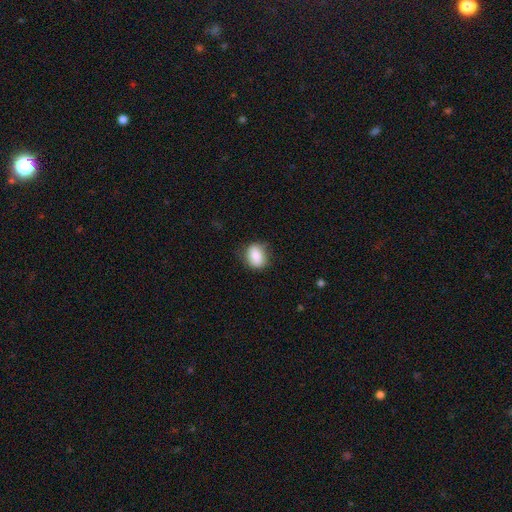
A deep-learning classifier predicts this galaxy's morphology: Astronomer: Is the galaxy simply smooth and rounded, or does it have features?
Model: smooth — 82%.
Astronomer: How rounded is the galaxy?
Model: in between — 59% (runner-up: round, 40%).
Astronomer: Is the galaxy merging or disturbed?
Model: none — 74%.